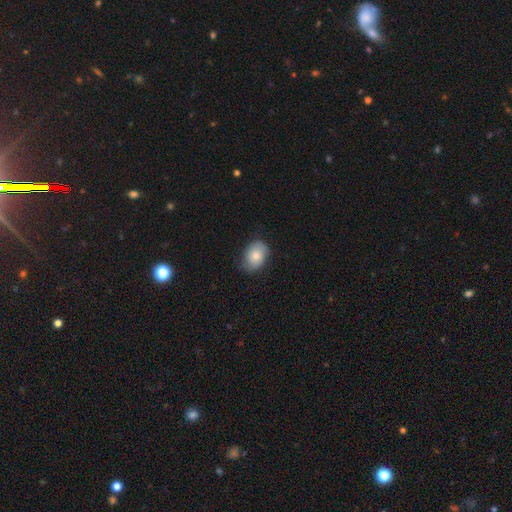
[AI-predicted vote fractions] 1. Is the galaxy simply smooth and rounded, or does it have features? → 72% smooth, 20% featured or disk, 7% star or artifact.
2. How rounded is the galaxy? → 69% in between, 30% round, 1% cigar-shaped.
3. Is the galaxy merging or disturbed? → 71% none, 23% minor disturbance, 5% major disturbance, 1% merger.